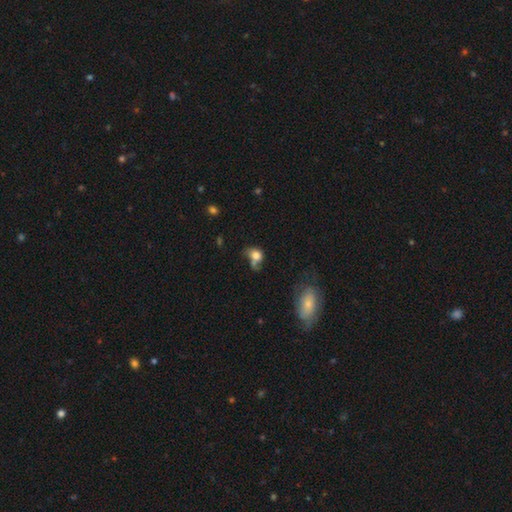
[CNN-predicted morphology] Q: Smooth or featured?
A: smooth (75%); runner-up: featured or disk (14%)
Q: How rounded?
A: round (51%); runner-up: in between (48%)
Q: Merging?
A: merger (31%); runner-up: none (30%)